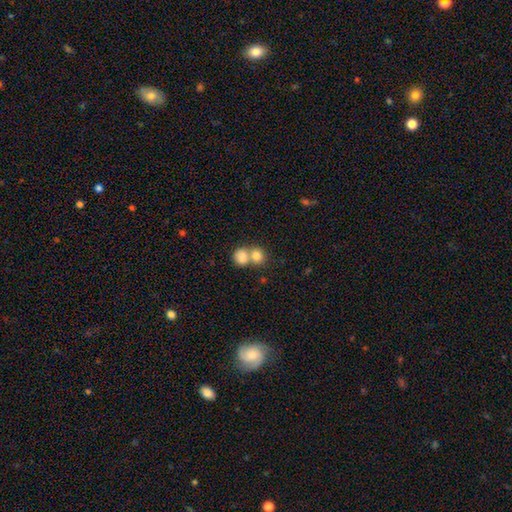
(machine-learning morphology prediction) The model was most divided on "merging": merger: 56%, none: 35%, minor disturbance: 6%, major disturbance: 3%. More confident: smooth or featured — smooth (78%); how rounded — round (72%).